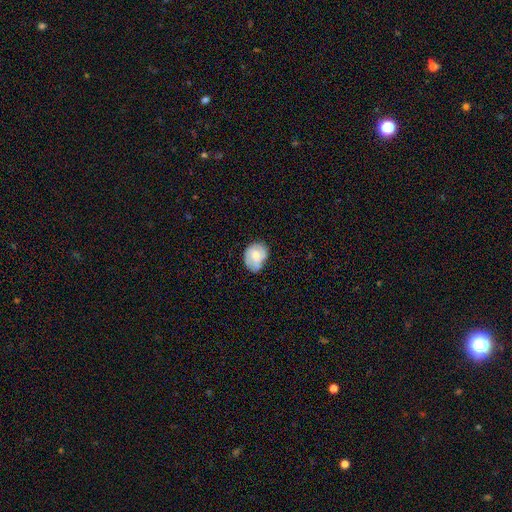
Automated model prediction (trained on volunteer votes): Smooth or featured? smooth (53%)
How rounded? in between (51%)
Merging? none (53%)